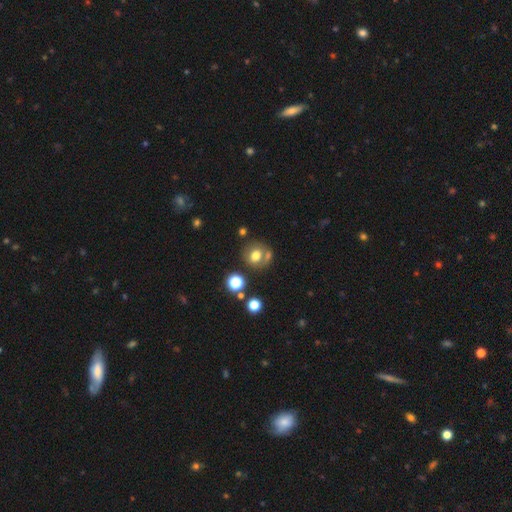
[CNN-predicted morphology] Smooth or featured: smooth — 68% (featured or disk — 18%)
How rounded: round — 77% (in between — 22%)
Merging: none — 61% (merger — 19%)